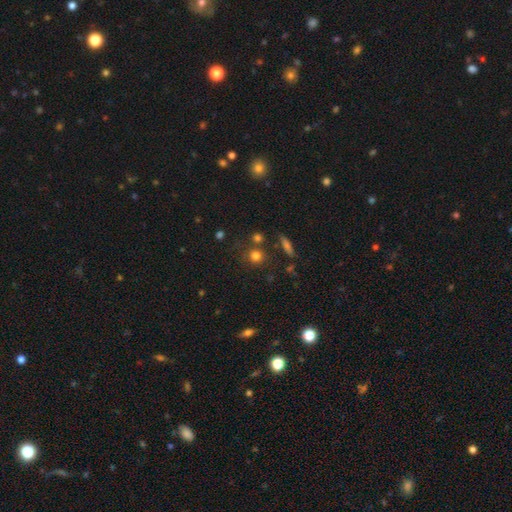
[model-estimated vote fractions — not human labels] Q: Smooth or featured?
A: smooth (76%); runner-up: star or artifact (16%)
Q: How rounded?
A: round (88%); runner-up: in between (11%)
Q: Merging?
A: none (74%); runner-up: merger (12%)